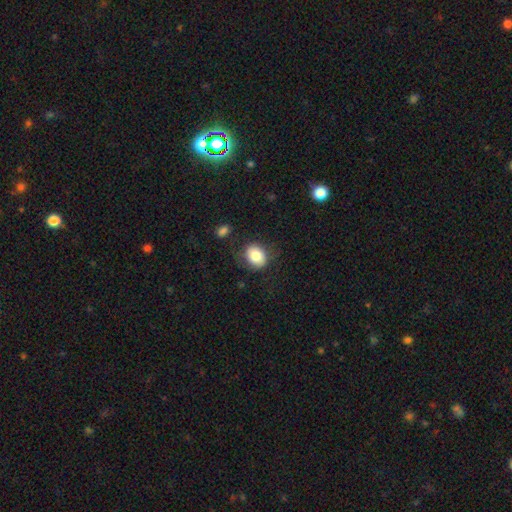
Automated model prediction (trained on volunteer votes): Smooth or featured?
  - smooth: 81% *
  - featured or disk: 11%
  - star or artifact: 8%
How rounded?
  - in between: 56% *
  - round: 43%
  - cigar-shaped: 1%
Merging?
  - none: 72% *
  - minor disturbance: 18%
  - major disturbance: 7%
  - merger: 3%